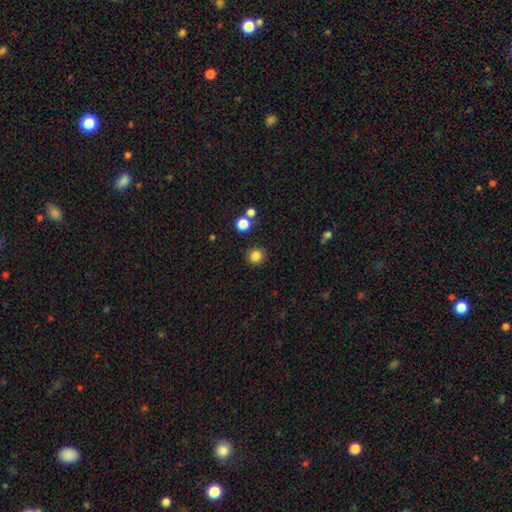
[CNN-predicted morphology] A smooth galaxy with no disk features (84%) that is round (93%).

Vote fractions:
- Smooth or featured? smooth: 84% / star or artifact: 12% / featured or disk: 4%
- How rounded? round: 93% / in between: 6% / cigar-shaped: 1%
- Merging? none: 88% / minor disturbance: 6% / merger: 3% / major disturbance: 2%